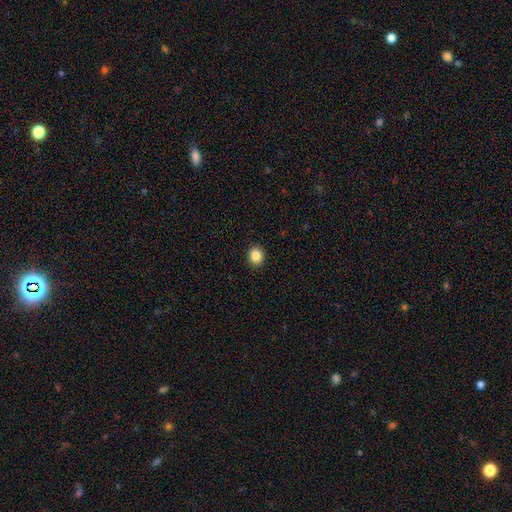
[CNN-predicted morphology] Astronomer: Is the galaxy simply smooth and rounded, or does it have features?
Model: smooth — 86%.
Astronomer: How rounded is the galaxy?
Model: round — 71%.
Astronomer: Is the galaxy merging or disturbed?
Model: none — 92%.